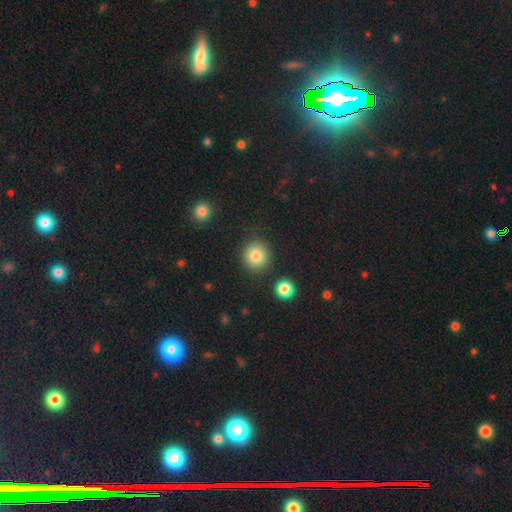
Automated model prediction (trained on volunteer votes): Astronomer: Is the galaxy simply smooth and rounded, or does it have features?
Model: smooth — 84%.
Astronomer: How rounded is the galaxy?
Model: round — 90%.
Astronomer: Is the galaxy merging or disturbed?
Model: none — 87%.